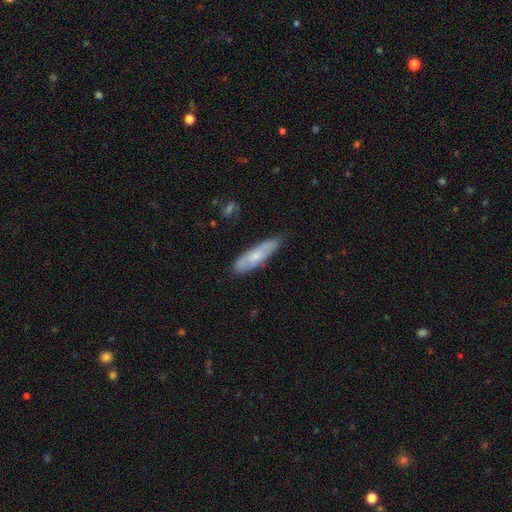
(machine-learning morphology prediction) A smooth galaxy with no disk features (61%) that is cigar-shaped (64%). Merging: none (79%).